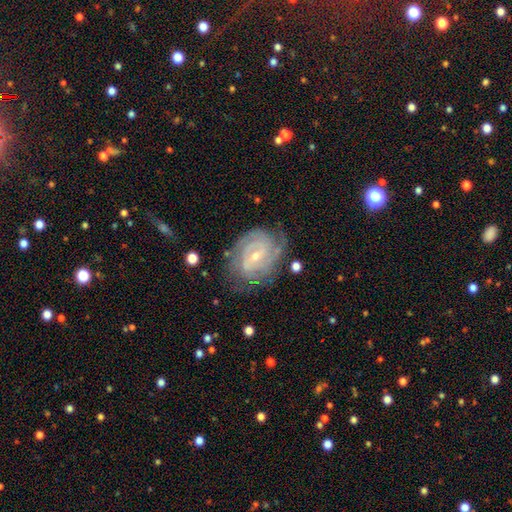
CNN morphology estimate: featured or disk 88%, smooth 7%, star or artifact 6%. Down the decision tree: edge-on disk — no (97%); bar — weak (49%); spiral arms — yes (96%); spiral arm count — 2 (35%); spiral winding — tight (69%); bulge size — small (68%); merging — none (72%).